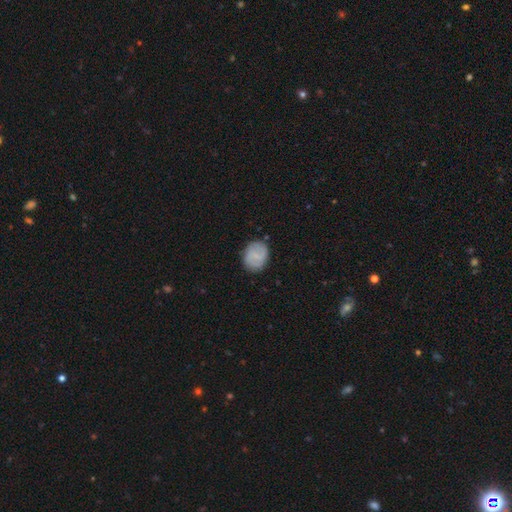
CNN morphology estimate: Smooth or featured? Predicted: smooth (p=0.61). How rounded? Predicted: round (p=0.54). Merging? Predicted: none (p=0.81).